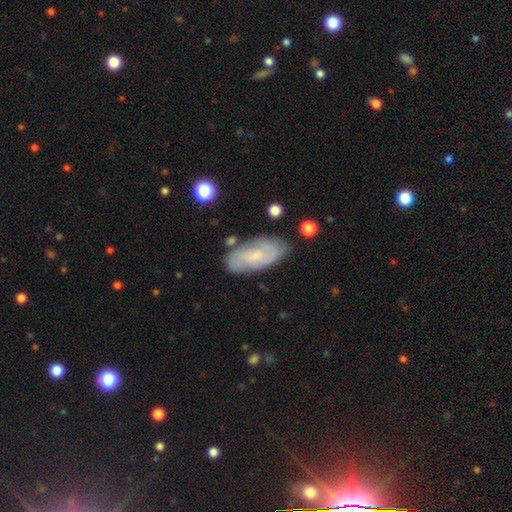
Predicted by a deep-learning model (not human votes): Smooth or featured? featured or disk (49%)
Merging? none (76%)